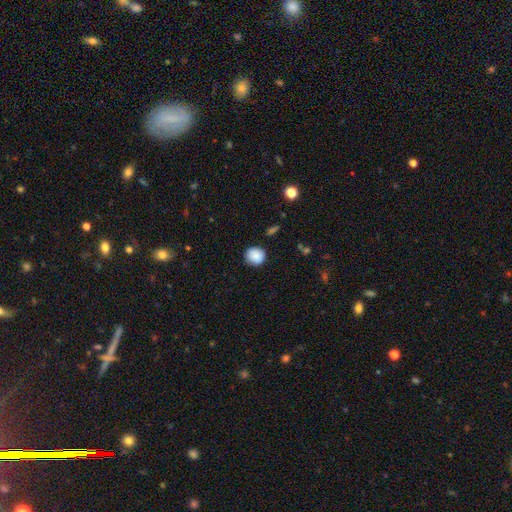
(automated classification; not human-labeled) A smooth galaxy with no disk features (88%) that is round (87%). Merging: none (87%).